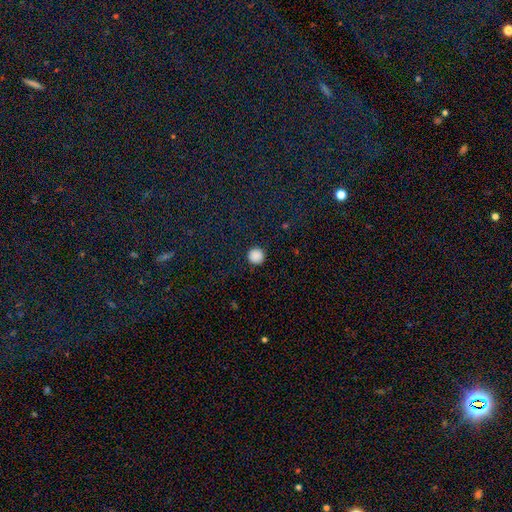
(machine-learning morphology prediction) This is clearly a smooth galaxy (88%). How rounded: clearly round (95%). Merging: clearly none (92%).